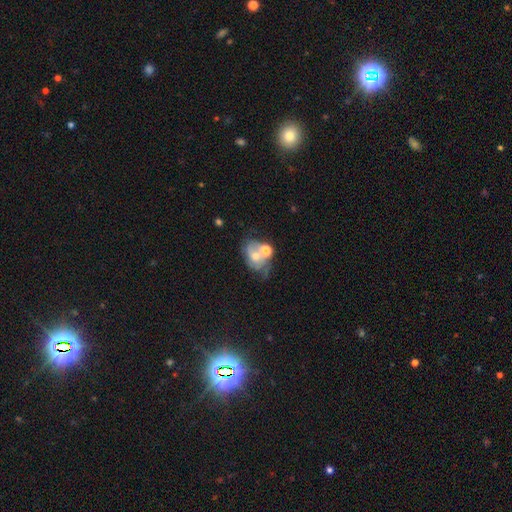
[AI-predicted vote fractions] This is possibly a featured or disk galaxy (51%). It is clearly not viewed edge-on (97%). Merging: marginally merger (39%).